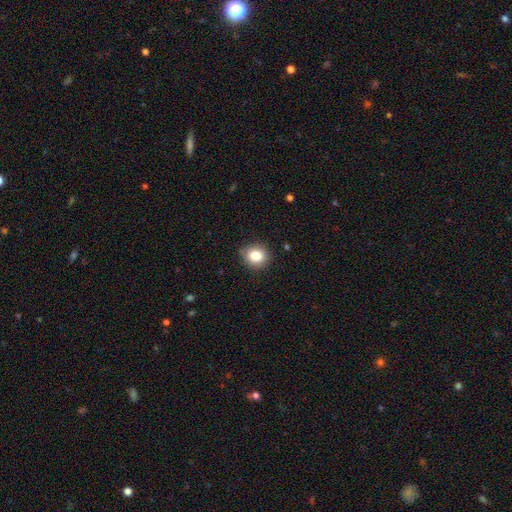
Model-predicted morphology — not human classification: This is clearly a smooth galaxy (83%). How rounded: likely round (79%). Merging: clearly none (86%).